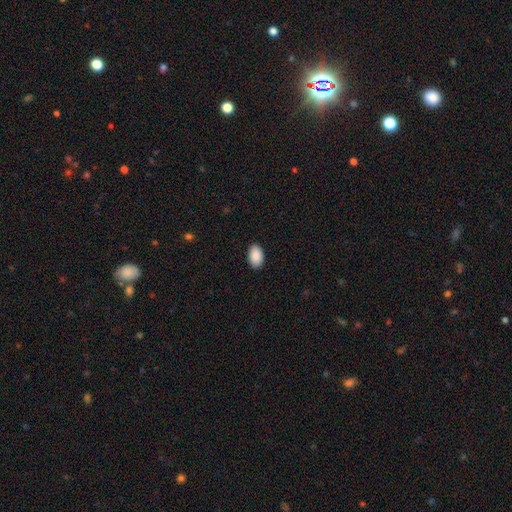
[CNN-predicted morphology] smooth 91%, star or artifact 7%, featured or disk 3%. Down the decision tree: how rounded — in between (90%); merging — none (90%).